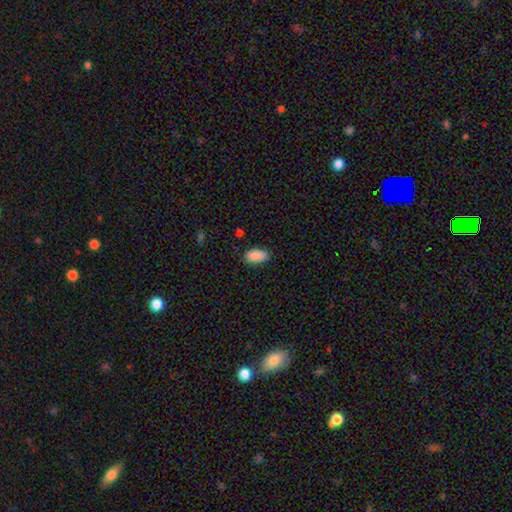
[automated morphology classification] smooth-or-featured: smooth: 89% | star or artifact: 7% | featured or disk: 4%
  how-rounded: in between: 93% | cigar-shaped: 4% | round: 3%
  merging: none: 82% | minor disturbance: 14% | major disturbance: 3% | merger: 1%